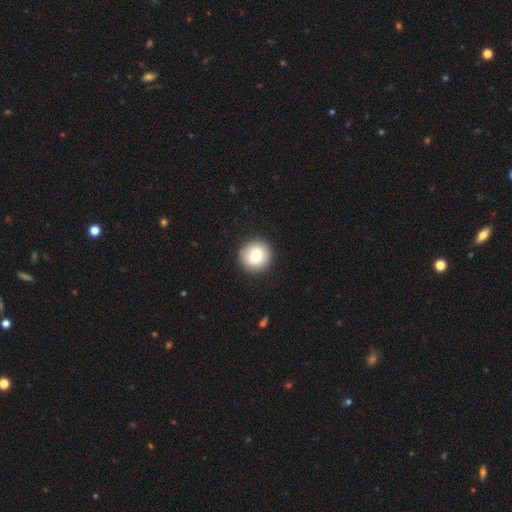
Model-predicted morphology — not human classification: Overall: smooth (79%). How rounded: round (95%). Merging: none (93%).